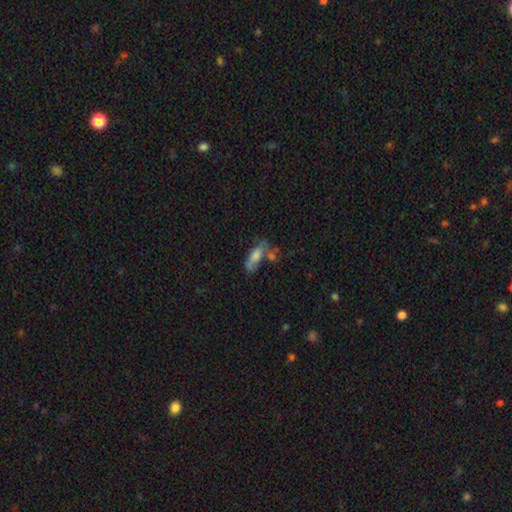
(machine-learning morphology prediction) smooth 60%, featured or disk 30%, star or artifact 10%. Down the decision tree: how rounded — in between (68%); merging — none (40%).